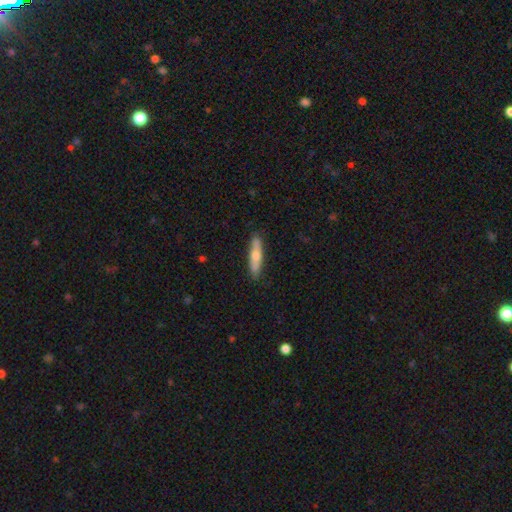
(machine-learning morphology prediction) Overall: smooth (53%; featured or disk 41%). How rounded: cigar-shaped (82%). Merging: none (88%).